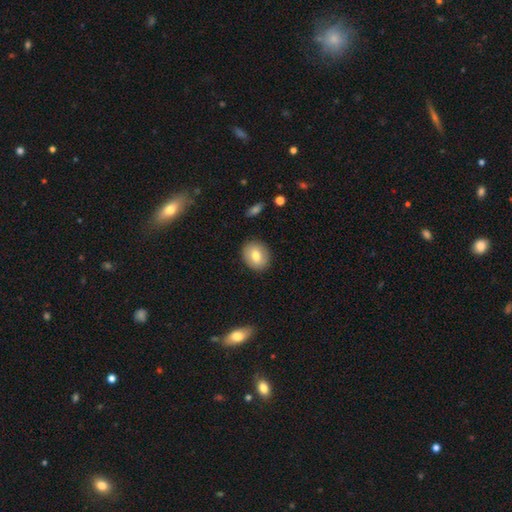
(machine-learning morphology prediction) Smooth or featured? Predicted: smooth (p=0.74). How rounded? Predicted: round (p=0.65). Merging? Predicted: none (p=0.88).